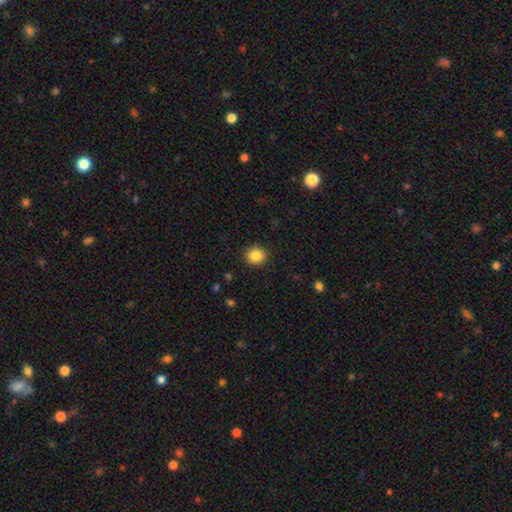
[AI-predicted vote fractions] Smooth or featured? Predicted: smooth (p=0.85). How rounded? Predicted: round (p=0.84). Merging? Predicted: none (p=0.91).